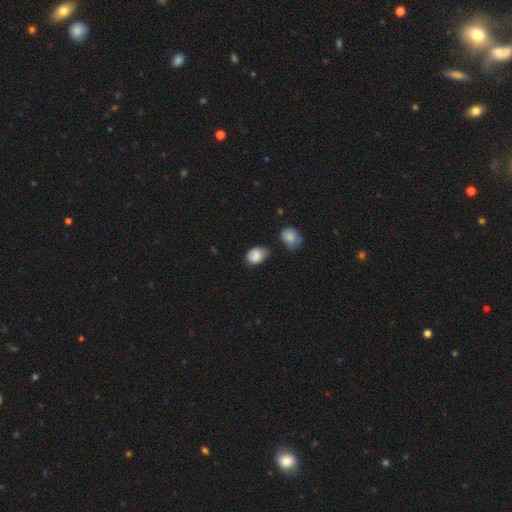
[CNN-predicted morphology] smooth-or-featured: smooth: 85% | star or artifact: 8% | featured or disk: 7%
  how-rounded: in between: 68% | round: 31% | cigar-shaped: 1%
  merging: none: 60% | minor disturbance: 29% | major disturbance: 6% | merger: 5%